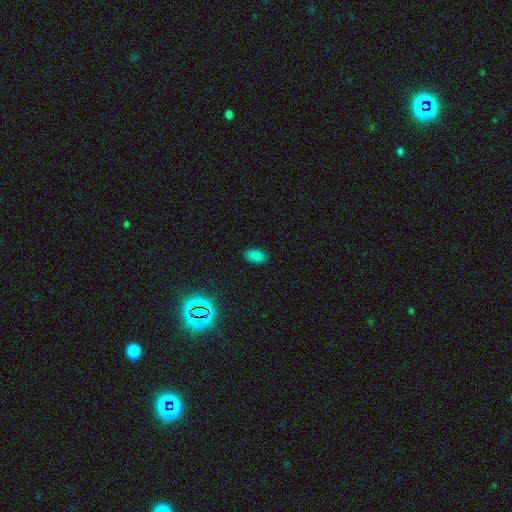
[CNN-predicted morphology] This appears to be a smooth galaxy with no disk features (81%) that is in between round and cigar-shaped (92%). Merging: none (87%).